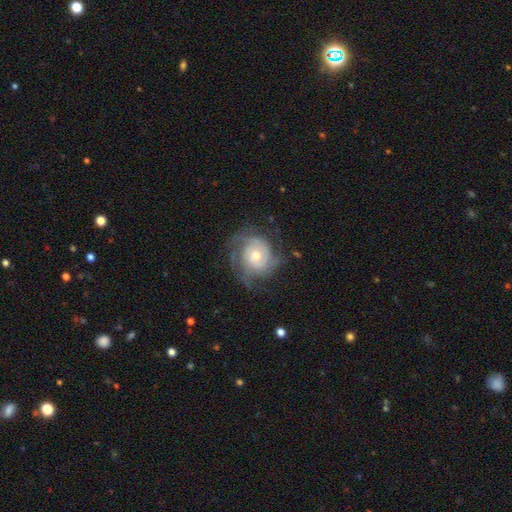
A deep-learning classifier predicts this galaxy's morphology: Smooth or featured?
  - featured or disk: 80% *
  - smooth: 14%
  - star or artifact: 6%
Edge-on disk?
  - no: 98% *
  - yes: 2%
Bar?
  - no: 76% *
  - weak: 21%
  - strong: 4%
Spiral arms?
  - yes: 94% *
  - no: 6%
Spiral winding?
  - tight: 55% *
  - medium: 35%
  - loose: 11%
Spiral arm count?
  - 3: 30% *
  - can't tell: 27%
  - 2: 21%
  - 4: 11%
  - 1: 6%
  - more than 4: 5%
Bulge size?
  - moderate: 54% *
  - small: 38%
  - large: 6%
  - none: 1%
  - dominant: 1%
Merging?
  - none: 67% *
  - minor disturbance: 19%
  - major disturbance: 13%
  - merger: 1%